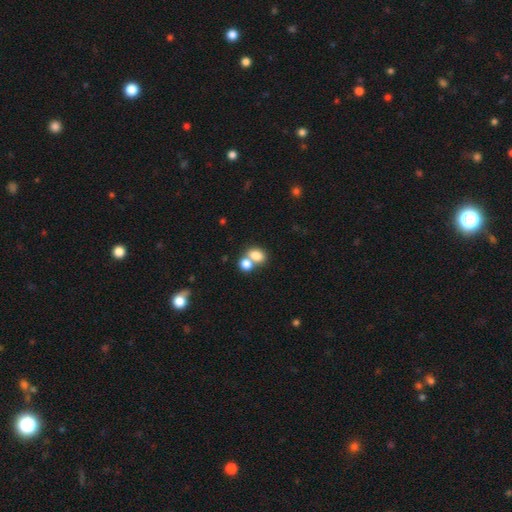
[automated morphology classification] Smooth or featured: smooth — 79% (star or artifact — 11%)
How rounded: in between — 67% (round — 32%)
Merging: merger — 53% (none — 35%)